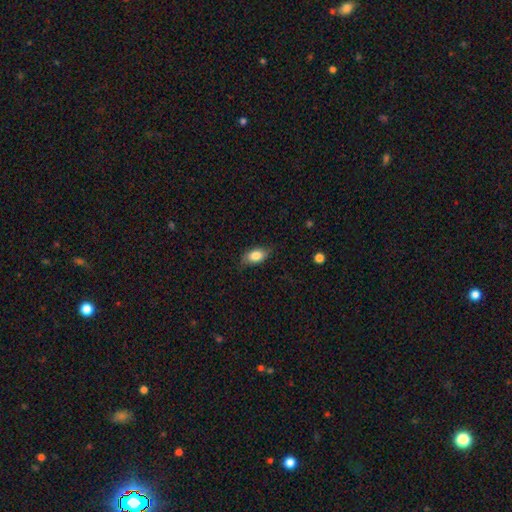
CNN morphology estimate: type=smooth (78%); roundness=in between (87%); merging=none (74%).